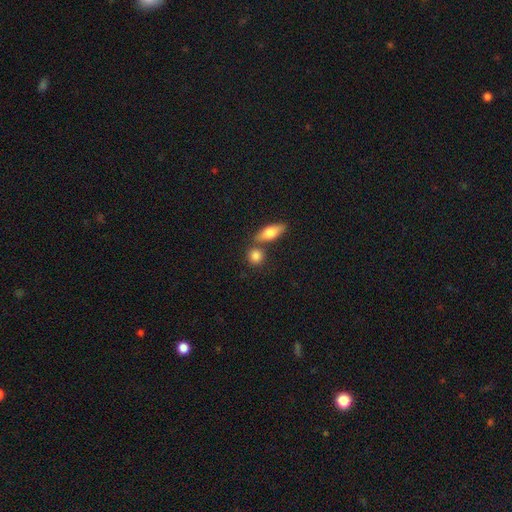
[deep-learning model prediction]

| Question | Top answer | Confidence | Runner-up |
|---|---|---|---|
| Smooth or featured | smooth | 83% | featured or disk (9%) |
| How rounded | round | 69% | in between (26%) |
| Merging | none | 64% | merger (23%) |